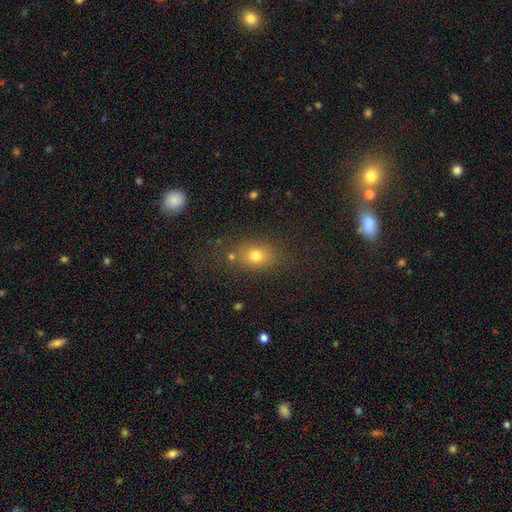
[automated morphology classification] Smooth or featured: smooth — 72% (star or artifact — 16%)
How rounded: in between — 60% (round — 38%)
Merging: none — 75% (minor disturbance — 14%)